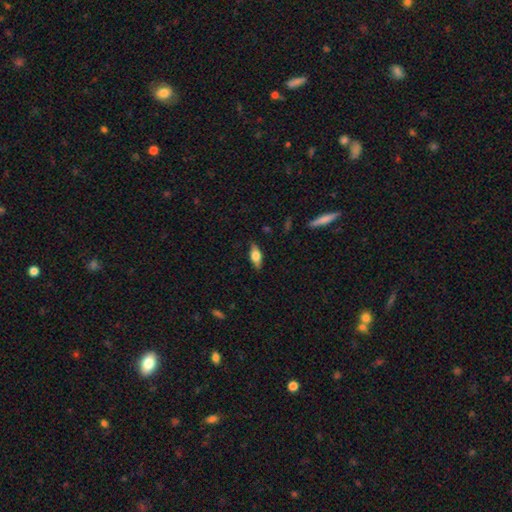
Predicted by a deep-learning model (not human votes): Smooth or featured: smooth — 59% (featured or disk — 33%)
How rounded: in between — 76% (cigar-shaped — 20%)
Merging: none — 84% (minor disturbance — 12%)